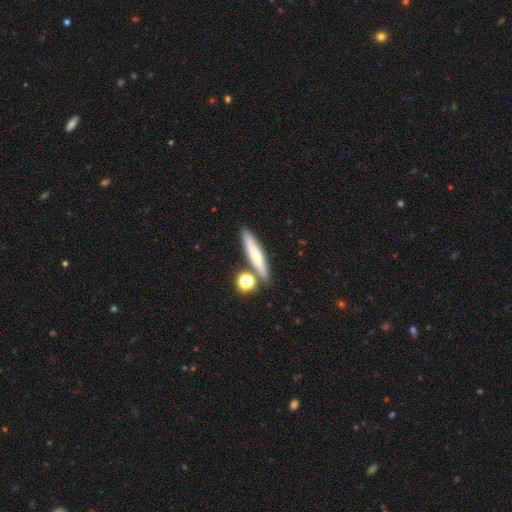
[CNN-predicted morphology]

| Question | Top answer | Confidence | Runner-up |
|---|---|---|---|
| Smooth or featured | smooth | 57% | featured or disk (34%) |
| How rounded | cigar-shaped | 82% | in between (13%) |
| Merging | none | 75% | minor disturbance (11%) |